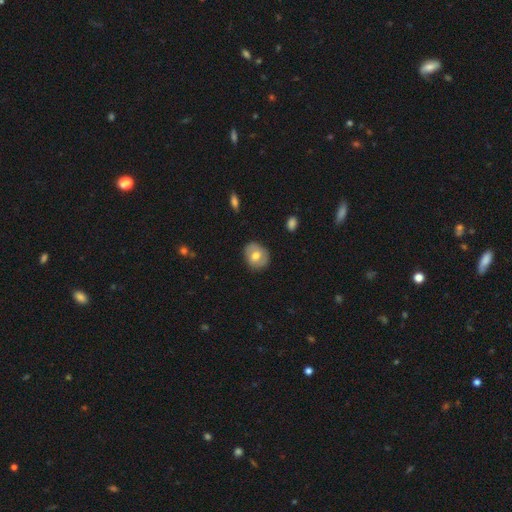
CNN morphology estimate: smooth-or-featured: smooth: 61% | featured or disk: 32% | star or artifact: 7%
  how-rounded: round: 63% | in between: 36% | cigar-shaped: 1%
  merging: none: 83% | minor disturbance: 13% | major disturbance: 3% | merger: 1%